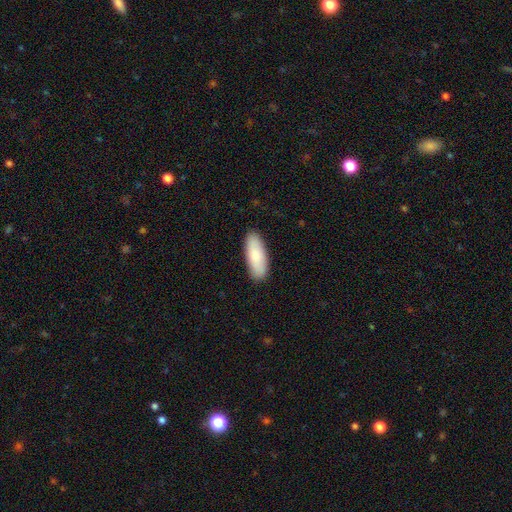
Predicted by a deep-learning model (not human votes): Smooth or featured? smooth (83%)
How rounded? in between (74%)
Merging? none (89%)